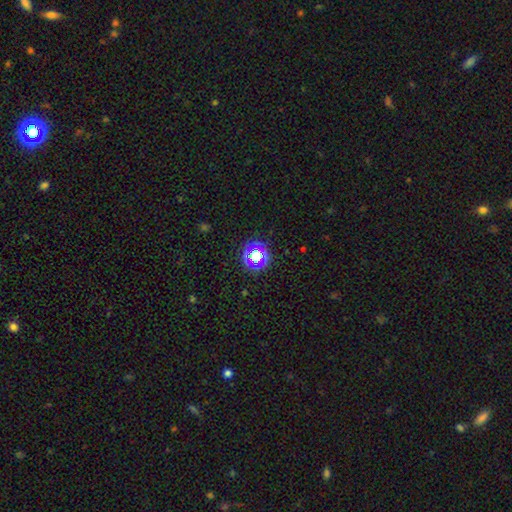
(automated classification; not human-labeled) A star or artifact, not a galaxy (66%).

Vote fractions:
- Smooth or featured? star or artifact: 66% / smooth: 24% / featured or disk: 10%